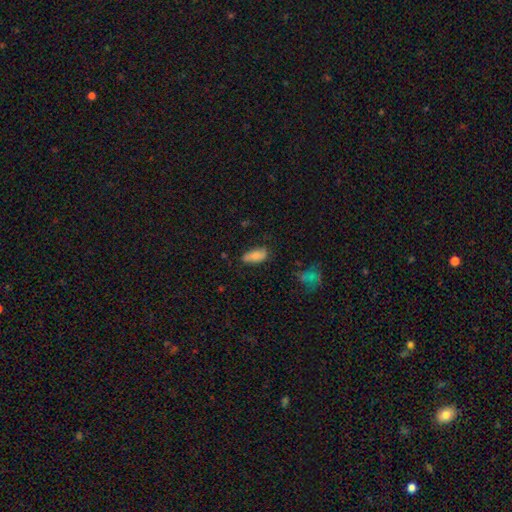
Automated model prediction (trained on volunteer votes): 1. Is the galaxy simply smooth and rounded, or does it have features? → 76% smooth, 17% featured or disk, 7% star or artifact.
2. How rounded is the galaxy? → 86% in between, 11% cigar-shaped, 3% round.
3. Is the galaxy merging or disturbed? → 72% none, 22% minor disturbance, 5% major disturbance, 2% merger.